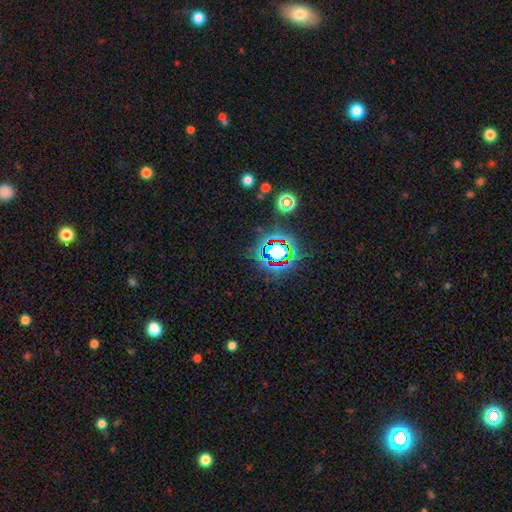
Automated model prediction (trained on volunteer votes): Q: Smooth or featured?
A: star or artifact (79%); runner-up: smooth (12%)